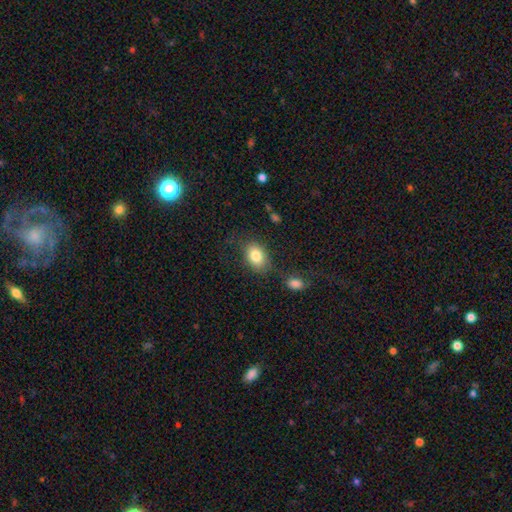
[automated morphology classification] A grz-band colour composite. It shows a smooth galaxy with no disk features (82%) that is in between round and cigar-shaped (76%). Merging: none (73%).